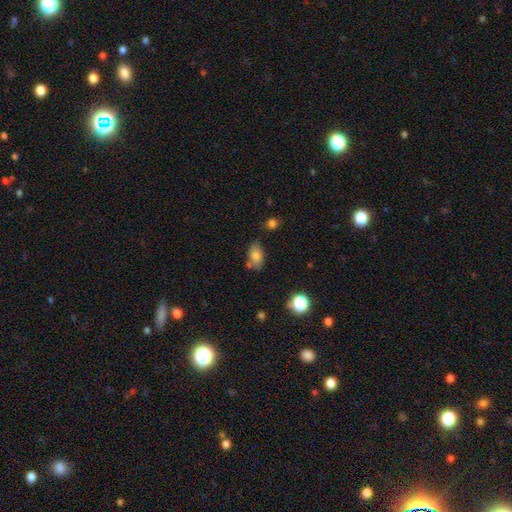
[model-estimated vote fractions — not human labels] smooth_or_featured: smooth (p=0.77) [alt: featured or disk p=0.14]
how_rounded: in between (p=0.89) [alt: round p=0.09]
merging: none (p=0.66) [alt: minor disturbance p=0.19]